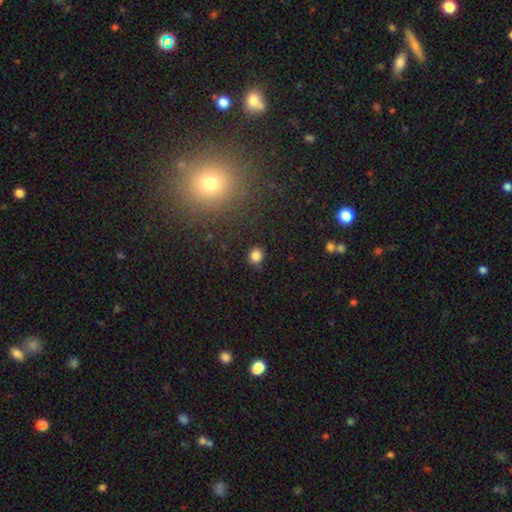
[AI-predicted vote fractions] A smooth galaxy with no disk features (83%) that is round (88%). Merging: none (85%).